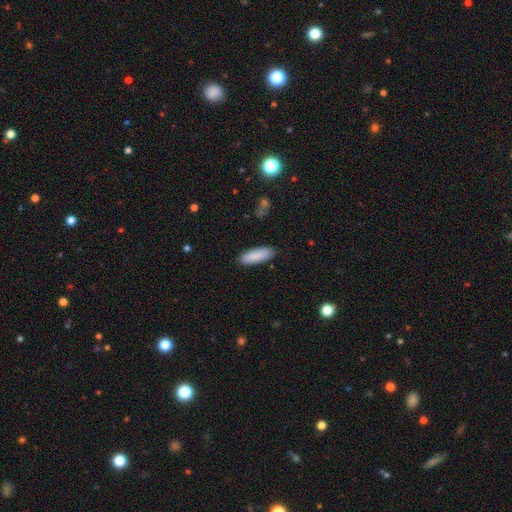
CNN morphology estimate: Smooth or featured? Predicted: smooth (p=0.89). How rounded? Predicted: in between (p=0.59). Merging? Predicted: none (p=0.88).